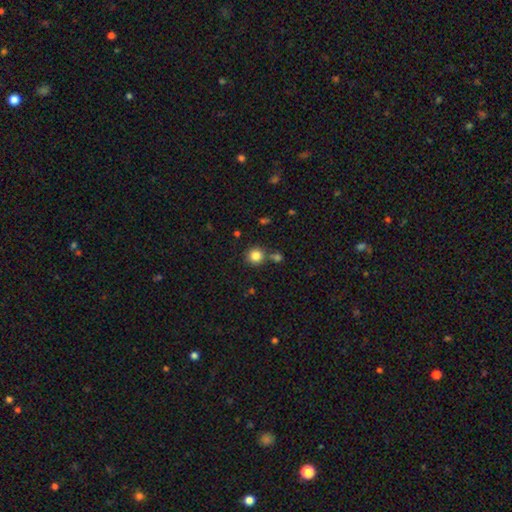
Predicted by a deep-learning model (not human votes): smooth_or_featured: smooth (p=0.84) [alt: star or artifact p=0.11]
how_rounded: round (p=0.93) [alt: in between p=0.06]
merging: none (p=0.75) [alt: merger p=0.13]